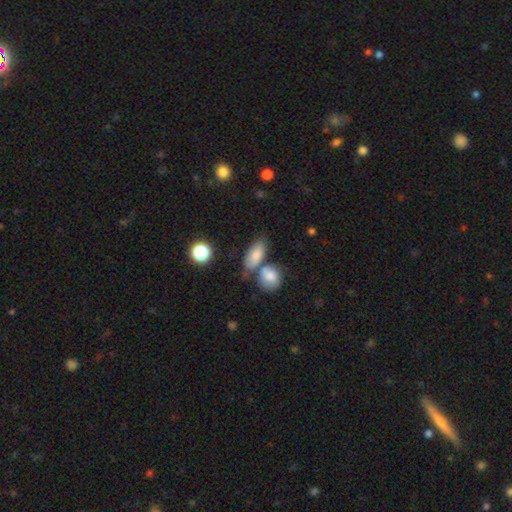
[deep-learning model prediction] Morphology: type=smooth (77%); roundness=in between (81%); merging=none (55%).